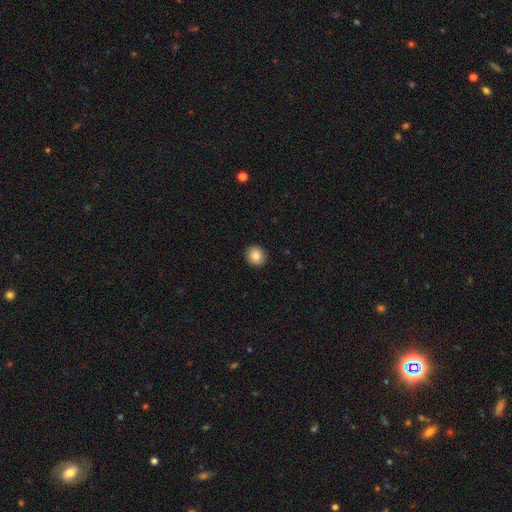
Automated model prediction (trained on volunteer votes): Morphology: type=smooth (86%); roundness=round (89%); merging=none (92%).